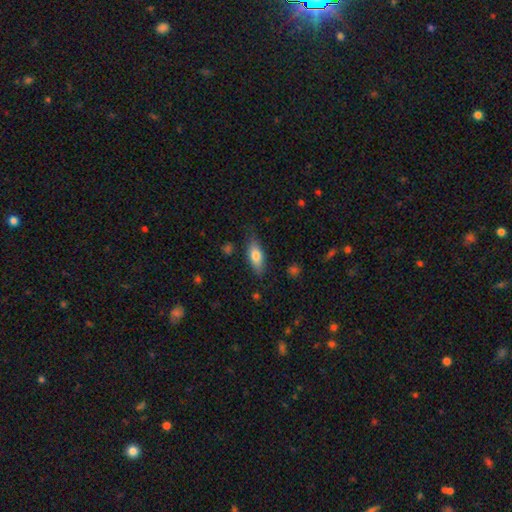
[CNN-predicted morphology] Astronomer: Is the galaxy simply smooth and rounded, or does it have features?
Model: smooth — 73%.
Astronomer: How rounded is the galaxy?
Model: in between — 71%.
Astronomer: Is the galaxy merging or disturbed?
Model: none — 78%.